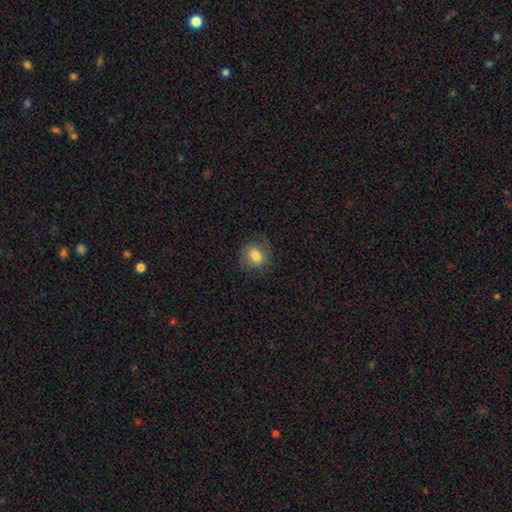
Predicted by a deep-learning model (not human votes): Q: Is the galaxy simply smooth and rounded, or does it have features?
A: smooth — 79%.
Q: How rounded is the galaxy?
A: round — 58%.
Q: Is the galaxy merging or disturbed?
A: none — 78%.